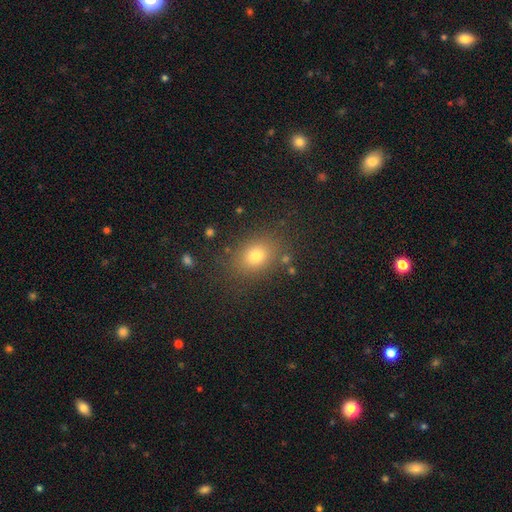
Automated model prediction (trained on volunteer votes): Smooth or featured? smooth (74%)
How rounded? in between (58%)
Merging? none (82%)